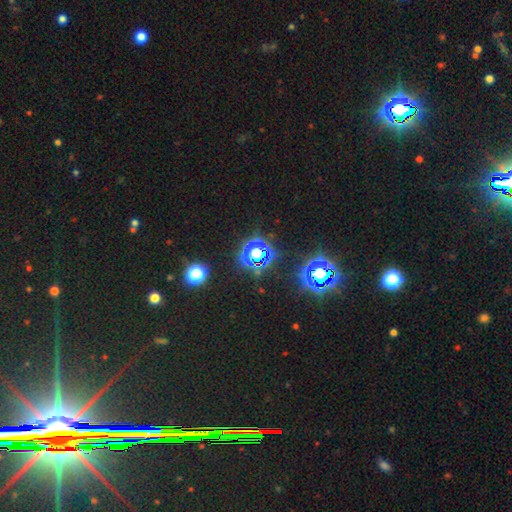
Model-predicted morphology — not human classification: Smooth or featured? Predicted: star or artifact (p=0.64).